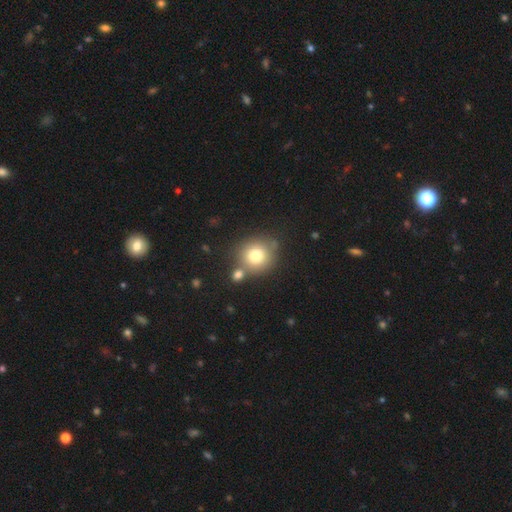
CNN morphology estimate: Q: Smooth or featured?
A: smooth (77%); runner-up: featured or disk (12%)
Q: How rounded?
A: round (88%); runner-up: in between (11%)
Q: Merging?
A: none (65%); runner-up: merger (19%)